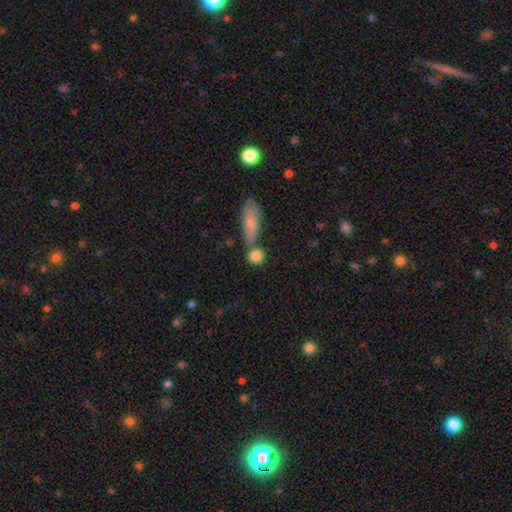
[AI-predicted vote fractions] Smooth or featured? Predicted: smooth (p=0.84). How rounded? Predicted: round (p=0.76). Merging? Predicted: none (p=0.62).